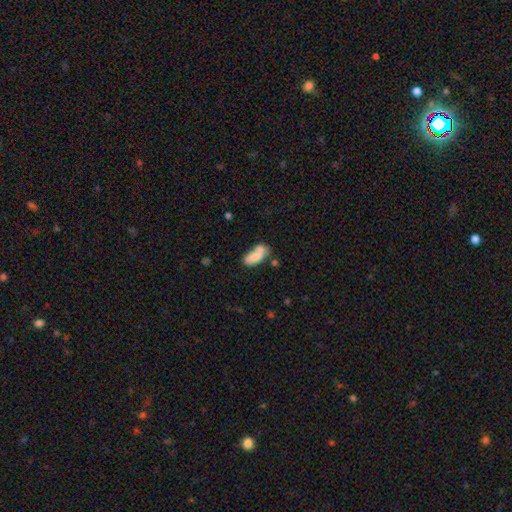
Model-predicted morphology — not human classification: A smooth galaxy with no disk features (66%) that is in between round and cigar-shaped (86%). Merging: none (37%).